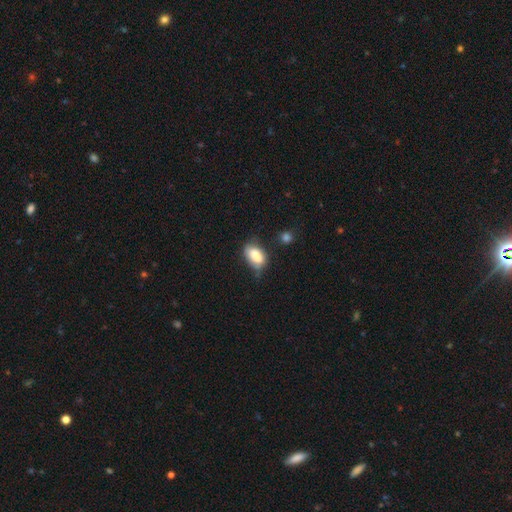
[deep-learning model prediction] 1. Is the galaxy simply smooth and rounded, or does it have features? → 80% smooth, 12% featured or disk, 8% star or artifact.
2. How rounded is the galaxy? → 89% in between, 7% round, 3% cigar-shaped.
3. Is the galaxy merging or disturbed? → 47% none, 35% minor disturbance, 11% major disturbance, 7% merger.